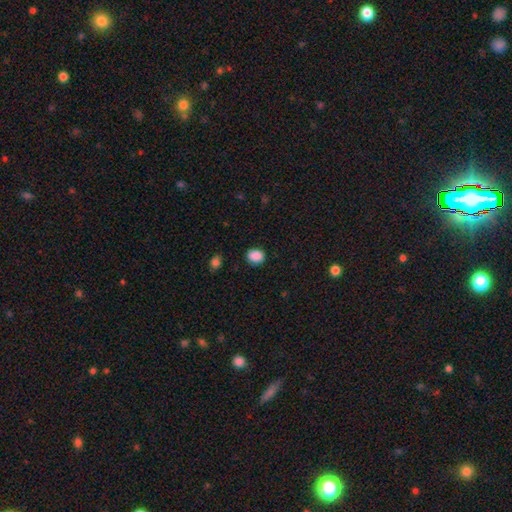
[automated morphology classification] This appears to be a smooth galaxy with no disk features (88%) that is round (61%). Merging: none (83%).